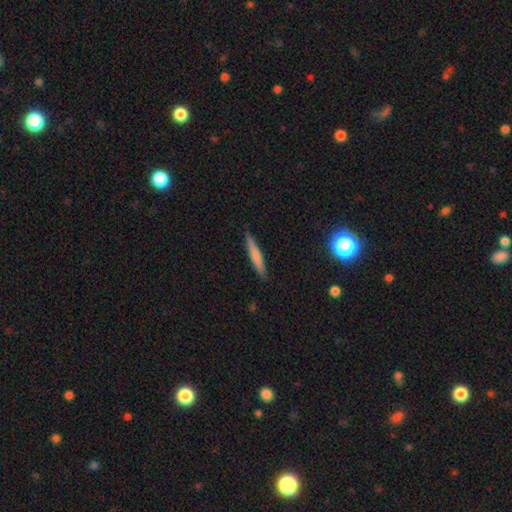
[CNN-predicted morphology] smooth_or_featured: smooth (p=0.63) [alt: featured or disk p=0.30]
how_rounded: cigar-shaped (p=0.94) [alt: in between p=0.05]
merging: none (p=0.88) [alt: minor disturbance p=0.09]